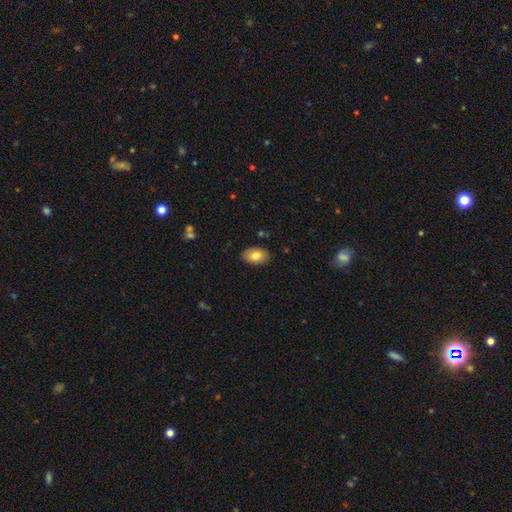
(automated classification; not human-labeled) Q: Smooth or featured?
A: smooth (78%); runner-up: featured or disk (15%)
Q: How rounded?
A: in between (90%); runner-up: round (9%)
Q: Merging?
A: none (86%); runner-up: minor disturbance (10%)